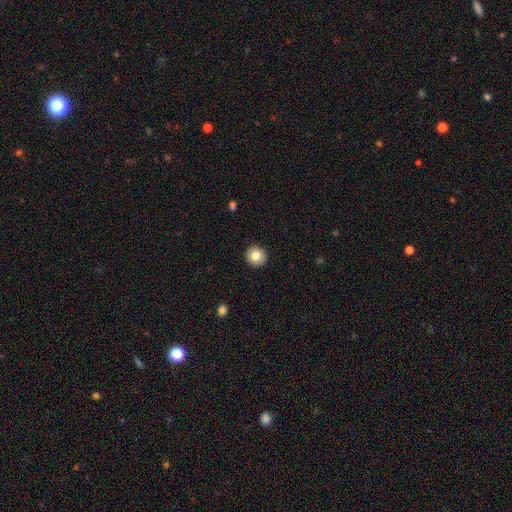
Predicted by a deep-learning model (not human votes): This appears to be a smooth galaxy with no disk features (82%) that is round (93%). Merging: none (92%).